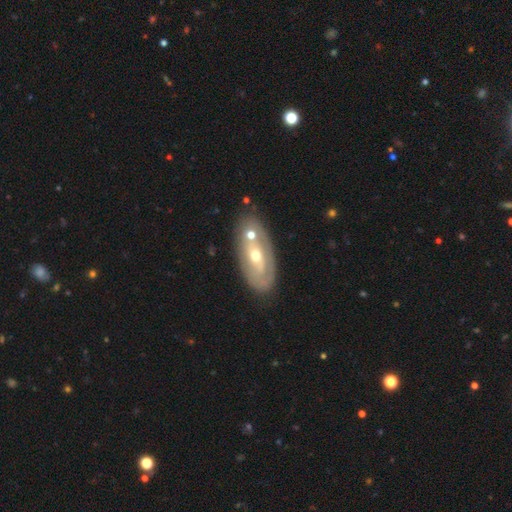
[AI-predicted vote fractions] Smooth or featured?
  - featured or disk: 66% *
  - smooth: 28%
  - star or artifact: 6%
Edge-on disk?
  - no: 89% *
  - yes: 11%
Bar?
  - no: 70% *
  - weak: 22%
  - strong: 9%
Spiral arms?
  - no: 57% *
  - yes: 43%
Bulge size?
  - moderate: 65% *
  - small: 30%
  - large: 4%
  - none: 1%
  - dominant: 1%
Merging?
  - none: 66% *
  - minor disturbance: 16%
  - merger: 14%
  - major disturbance: 5%